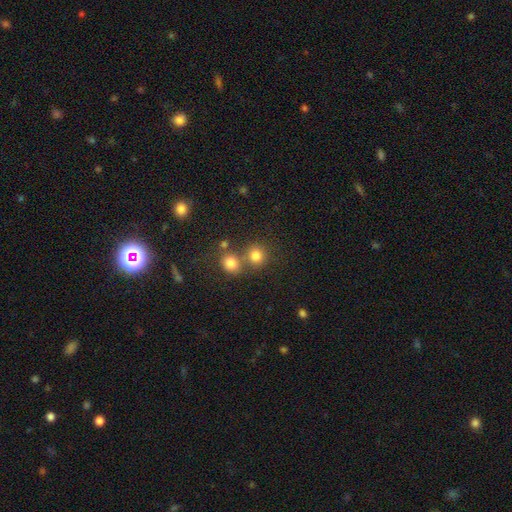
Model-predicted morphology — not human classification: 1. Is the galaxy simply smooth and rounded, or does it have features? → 80% smooth, 13% star or artifact, 7% featured or disk.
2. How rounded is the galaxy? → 87% round, 12% in between, 1% cigar-shaped.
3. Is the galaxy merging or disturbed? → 57% none, 32% merger, 8% minor disturbance, 4% major disturbance.